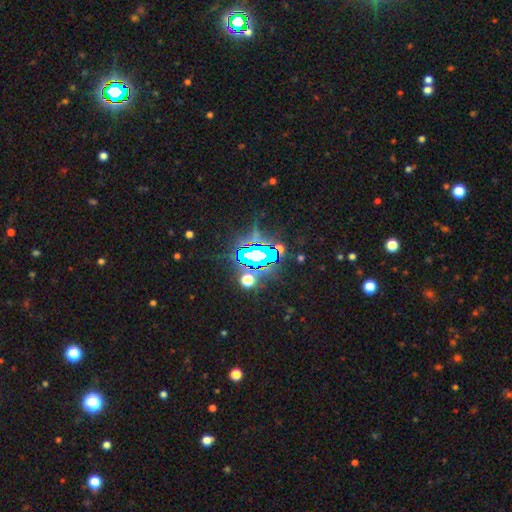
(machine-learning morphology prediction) This appears to be a star or artifact, not a galaxy (77%).